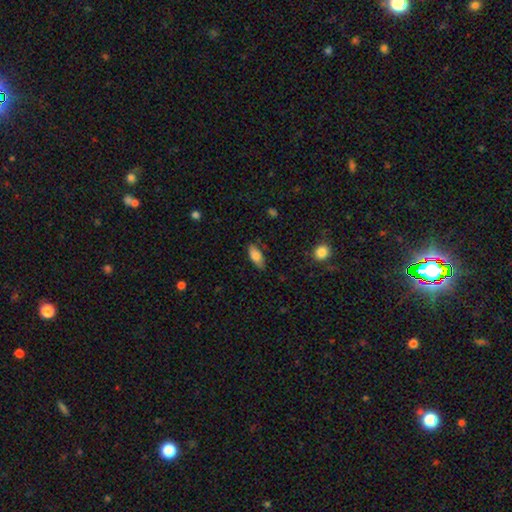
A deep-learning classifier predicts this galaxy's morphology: type=smooth (79%); roundness=in between (85%); merging=none (78%).